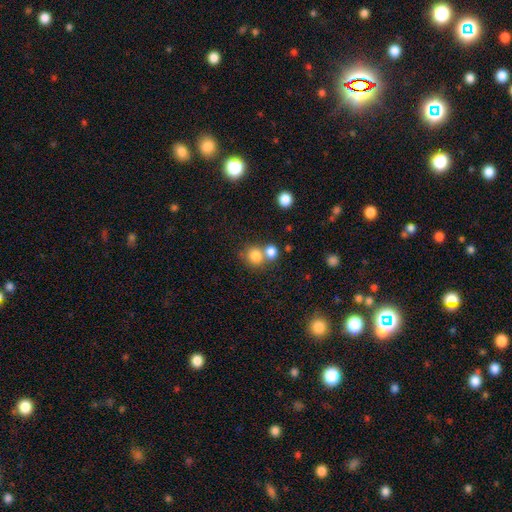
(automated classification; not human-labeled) Q: Smooth or featured?
A: smooth (80%); runner-up: star or artifact (11%)
Q: How rounded?
A: round (83%); runner-up: in between (16%)
Q: Merging?
A: none (47%); runner-up: merger (42%)